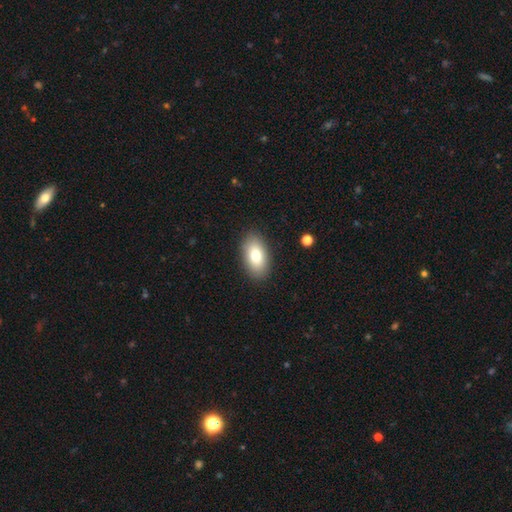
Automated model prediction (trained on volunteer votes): A smooth galaxy with no disk features (77%) that is in between round and cigar-shaped (92%).

Vote fractions:
- Smooth or featured? smooth: 77% / featured or disk: 15% / star or artifact: 8%
- How rounded? in between: 92% / round: 5% / cigar-shaped: 2%
- Merging? none: 88% / minor disturbance: 8% / major disturbance: 2% / merger: 1%